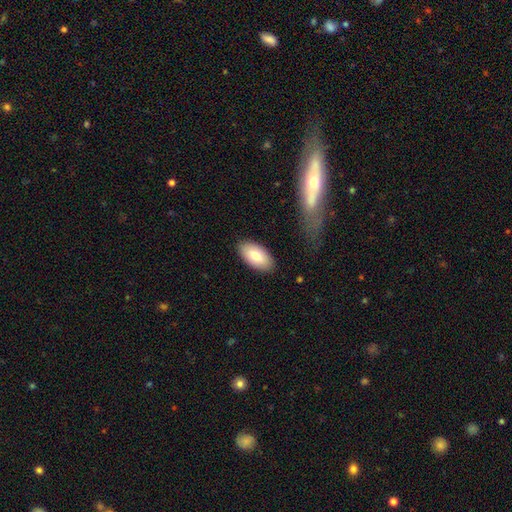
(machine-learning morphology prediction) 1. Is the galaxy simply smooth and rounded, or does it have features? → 77% smooth, 17% featured or disk, 6% star or artifact.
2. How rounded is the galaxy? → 95% in between, 3% round, 3% cigar-shaped.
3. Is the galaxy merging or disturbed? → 87% none, 9% minor disturbance, 2% major disturbance, 1% merger.